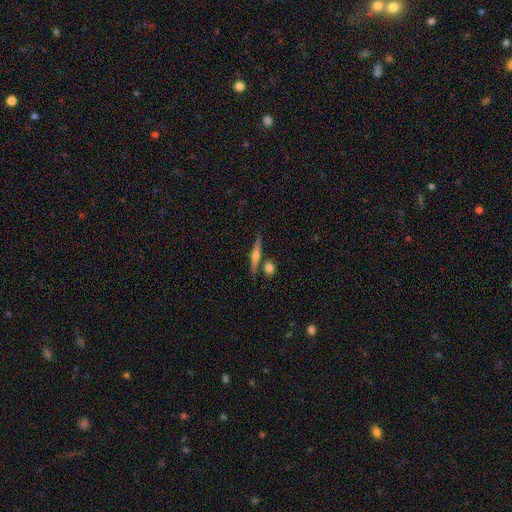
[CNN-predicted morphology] Smooth or featured?
  - featured or disk: 61% *
  - smooth: 32%
  - star or artifact: 7%
Edge-on disk?
  - yes: 97% *
  - no: 3%
Edge-on bulge?
  - rounded: 83% *
  - none: 8%
  - boxy: 8%
Merging?
  - none: 79% *
  - merger: 10%
  - minor disturbance: 8%
  - major disturbance: 2%